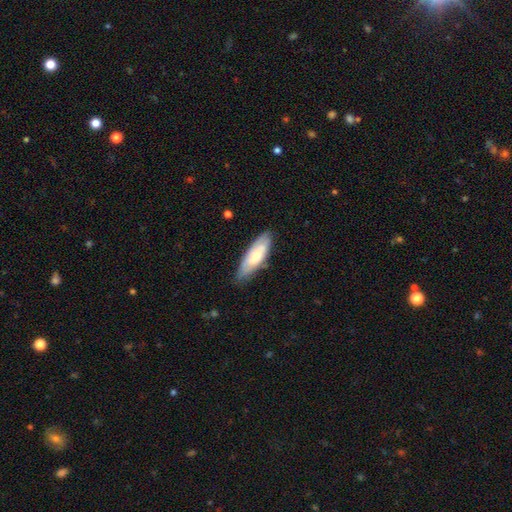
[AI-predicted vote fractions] Morphology: type=smooth (61%); roundness=in between (62%); merging=none (75%).